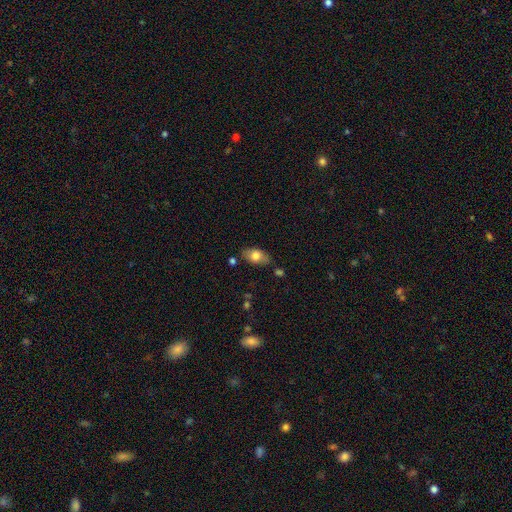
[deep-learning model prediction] Q: Smooth or featured?
A: smooth (74%); runner-up: featured or disk (18%)
Q: How rounded?
A: in between (90%); runner-up: round (7%)
Q: Merging?
A: none (77%); runner-up: minor disturbance (16%)